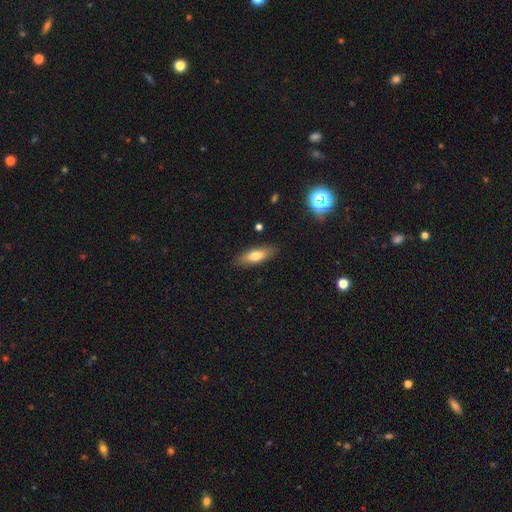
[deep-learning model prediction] Smooth or featured? Predicted: smooth (p=0.69). How rounded? Predicted: in between (p=0.55). Merging? Predicted: none (p=0.86).